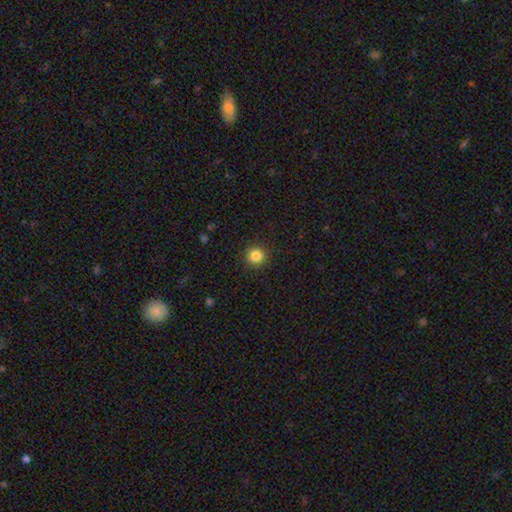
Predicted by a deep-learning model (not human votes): Morphology: type=smooth (84%); roundness=round (95%); merging=none (92%).